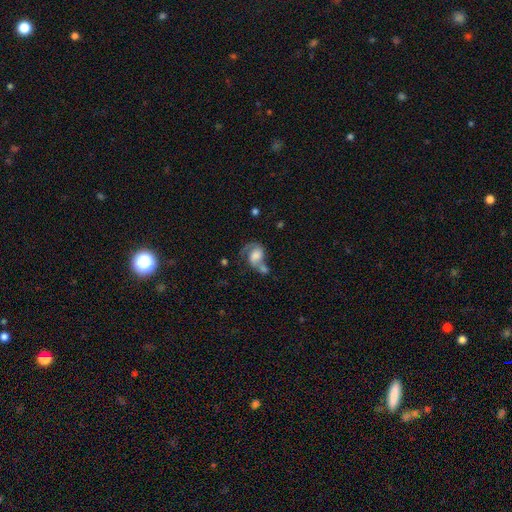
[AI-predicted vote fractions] This appears to be a featured or disk galaxy (52%) with no bar (64%), spiral arms (78%) and a large central bulge (35%). Merging: merger (44%).